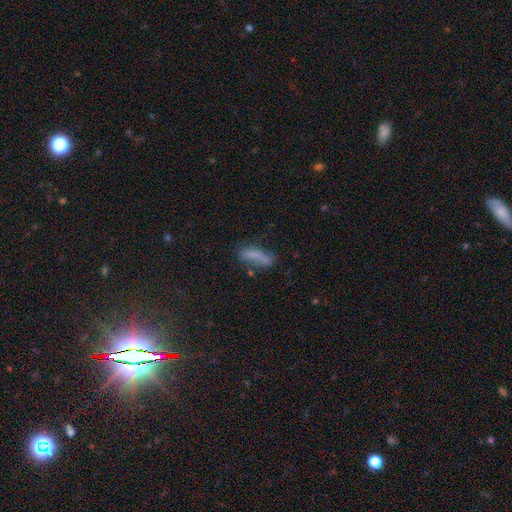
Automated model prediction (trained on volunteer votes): Q: Smooth or featured?
A: smooth (71%); runner-up: featured or disk (18%)
Q: How rounded?
A: cigar-shaped (59%); runner-up: in between (38%)
Q: Merging?
A: none (52%); runner-up: minor disturbance (25%)